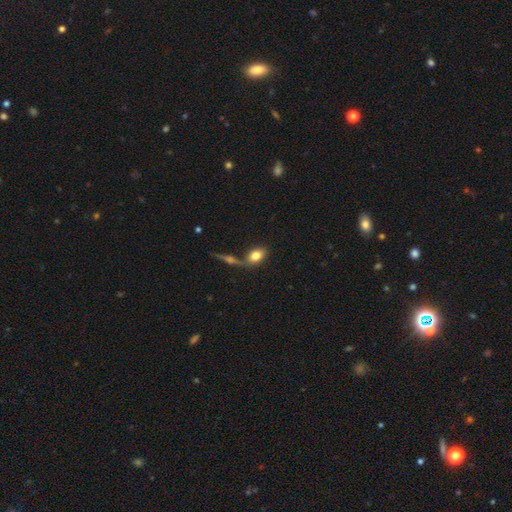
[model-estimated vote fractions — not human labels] This appears to be a smooth galaxy with no disk features (76%) that is in between round and cigar-shaped (79%). Merging: none (55%).